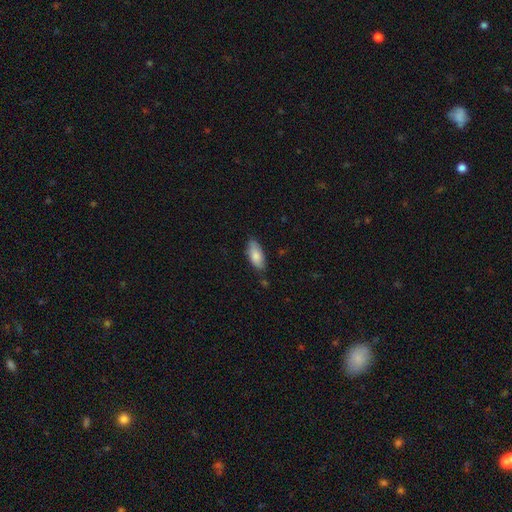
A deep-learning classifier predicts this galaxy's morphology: Smooth or featured? smooth (82%)
How rounded? in between (87%)
Merging? none (75%)